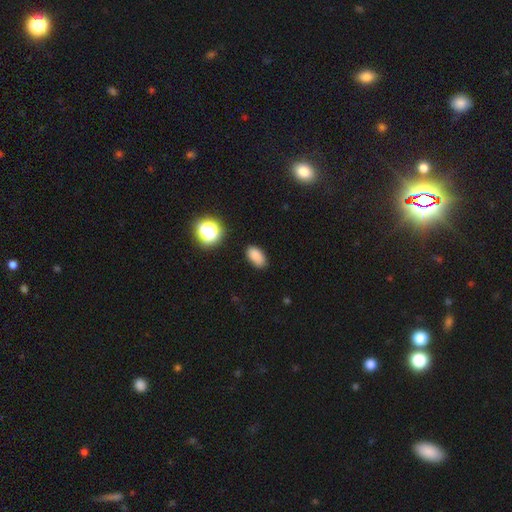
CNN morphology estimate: smooth-or-featured: smooth: 82% | star or artifact: 13% | featured or disk: 5%
  how-rounded: in between: 91% | round: 7% | cigar-shaped: 2%
  merging: none: 82% | minor disturbance: 14% | major disturbance: 3% | merger: 2%